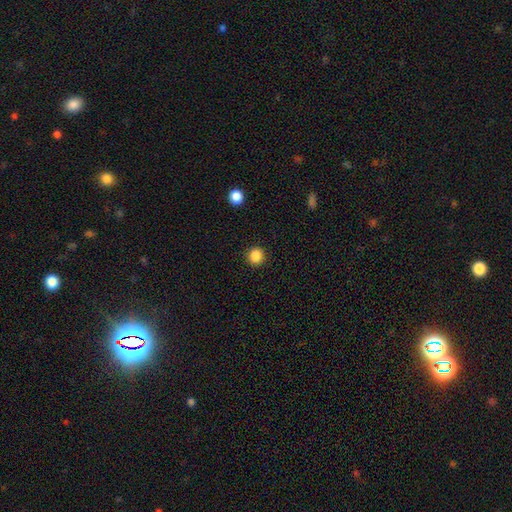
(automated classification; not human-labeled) This is clearly a smooth galaxy (86%). How rounded: clearly round (93%). Merging: clearly none (92%).